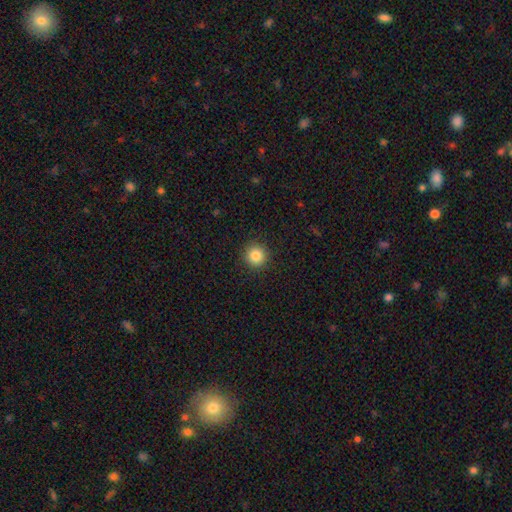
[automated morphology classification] A smooth galaxy with no disk features (84%) that is round (95%).

Vote fractions:
- Smooth or featured? smooth: 84% / star or artifact: 11% / featured or disk: 5%
- How rounded? round: 95% / in between: 4% / cigar-shaped: 1%
- Merging? none: 92% / minor disturbance: 5% / major disturbance: 2% / merger: 1%